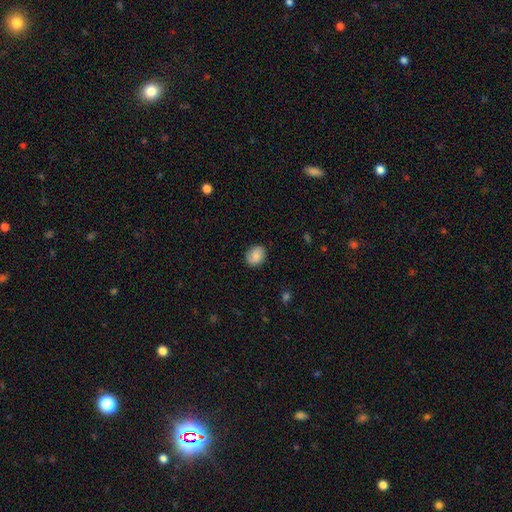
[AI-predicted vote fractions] Smooth or featured? Predicted: smooth (p=0.81). How rounded? Predicted: round (p=0.59). Merging? Predicted: none (p=0.83).